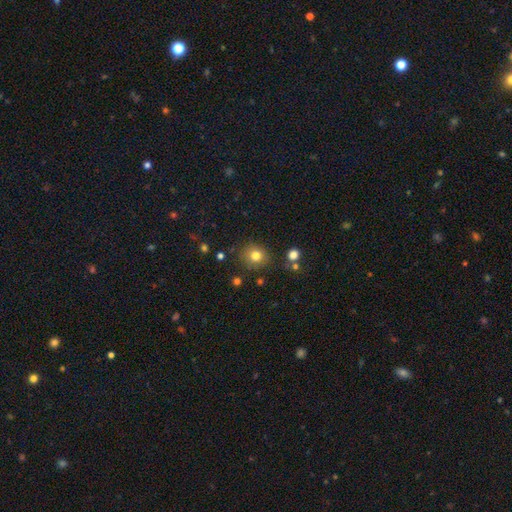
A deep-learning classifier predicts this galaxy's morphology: Q: Smooth or featured?
A: smooth (80%); runner-up: star or artifact (13%)
Q: How rounded?
A: round (84%); runner-up: in between (15%)
Q: Merging?
A: none (84%); runner-up: minor disturbance (10%)